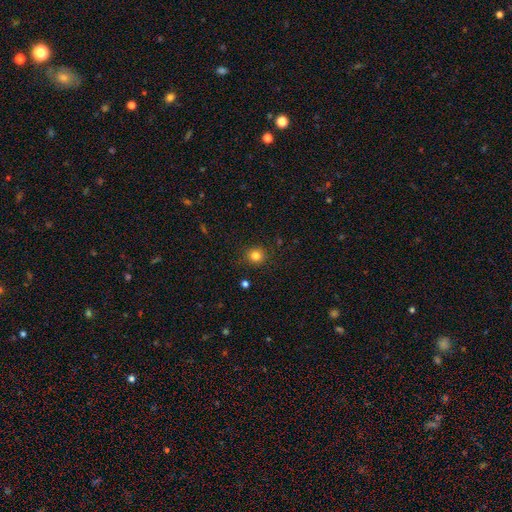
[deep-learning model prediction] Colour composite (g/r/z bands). It shows a smooth galaxy with no disk features (82%) that is round (89%). Merging: none (89%).